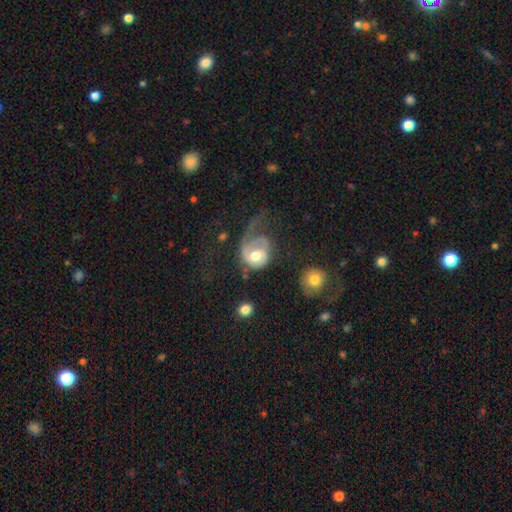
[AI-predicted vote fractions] Morphology: type=featured or disk (58%); edge-on=no (97%); bar=no (71%); spiral arms=yes (74%); bulge=moderate (70%); merging=major disturbance (57%).